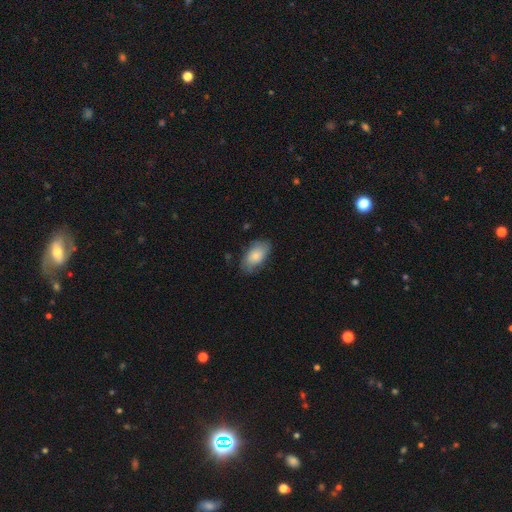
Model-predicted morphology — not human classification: A smooth galaxy with no disk features (77%) that is in between round and cigar-shaped (93%). Merging: none (74%).